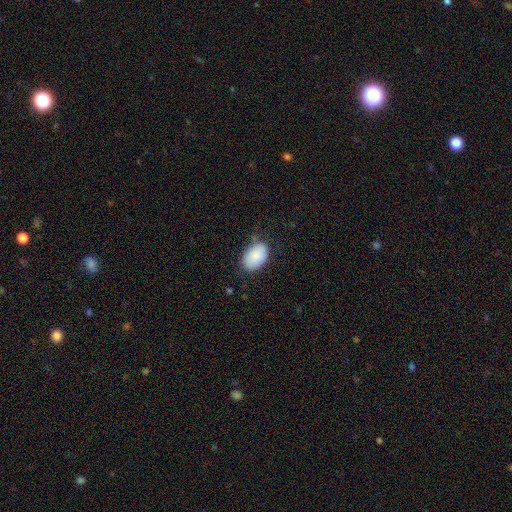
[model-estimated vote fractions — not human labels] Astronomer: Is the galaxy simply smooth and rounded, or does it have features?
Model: smooth — 88%.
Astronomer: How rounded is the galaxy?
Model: in between — 90%.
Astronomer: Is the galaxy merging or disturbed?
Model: none — 72%.